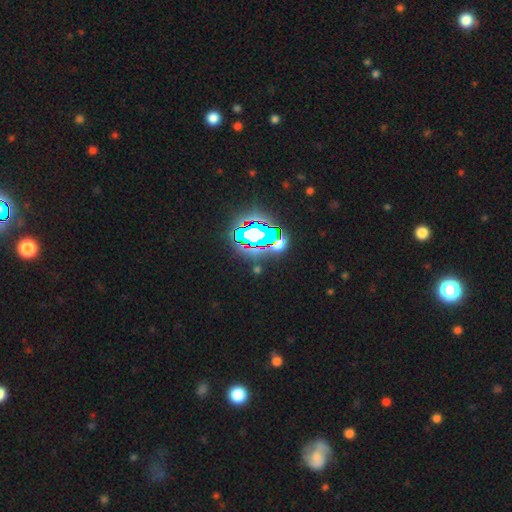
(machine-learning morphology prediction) This appears to be a star or artifact, not a galaxy (82%).